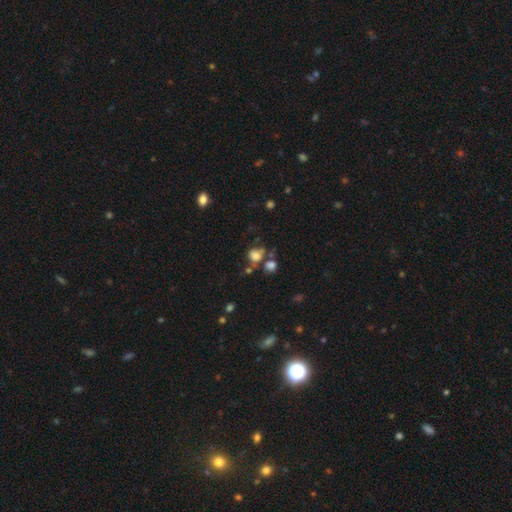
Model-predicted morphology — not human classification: Smooth or featured? smooth (75%)
How rounded? round (73%)
Merging? none (50%)